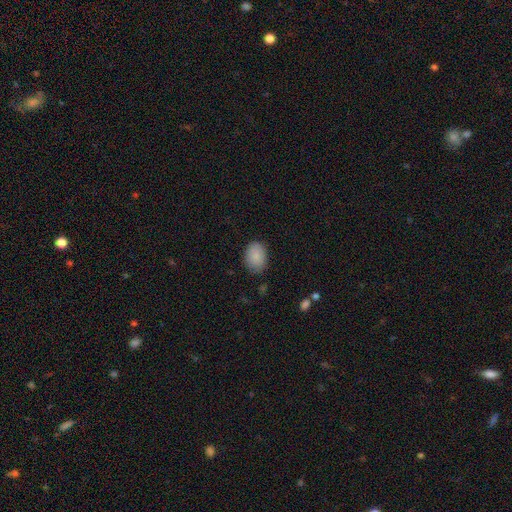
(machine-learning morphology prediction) This is clearly a smooth galaxy (88%). How rounded: likely in between (79%). Merging: clearly none (82%).